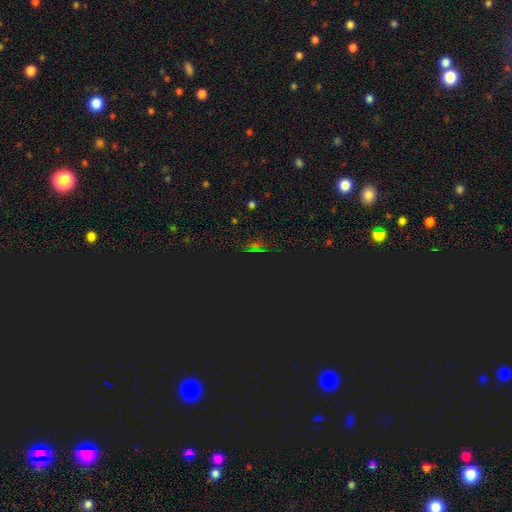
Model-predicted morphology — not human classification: The model was most divided on "smooth or featured": star or artifact: 77%, smooth: 15%, featured or disk: 8%.